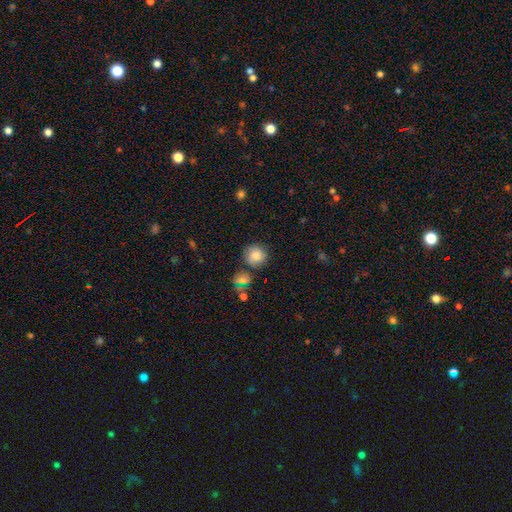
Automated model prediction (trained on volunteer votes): smooth 78%, star or artifact 11%, featured or disk 11%. Down the decision tree: how rounded — round (89%); merging — none (73%).